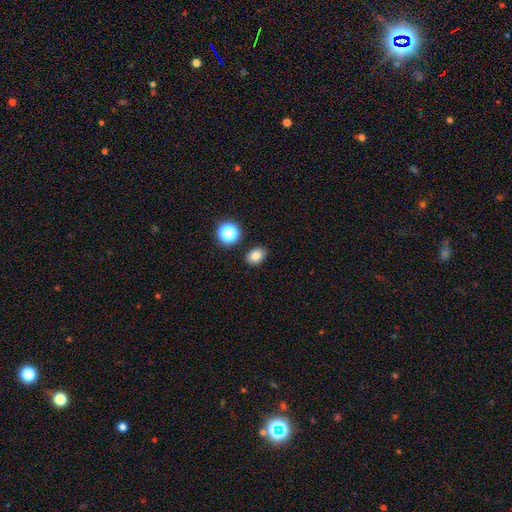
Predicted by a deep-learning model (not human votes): Morphology: type=smooth (81%); roundness=in between (68%); merging=none (86%).